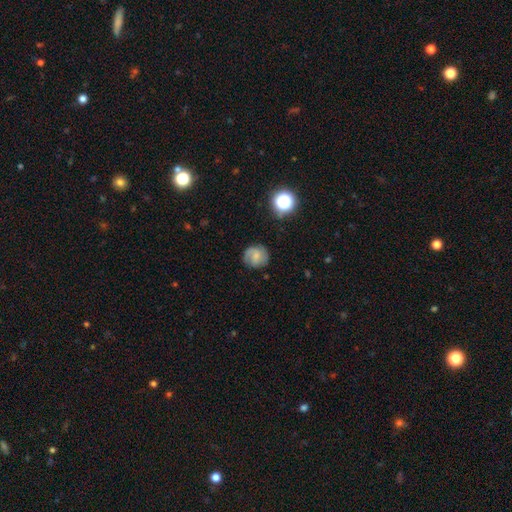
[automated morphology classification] This appears to be a smooth galaxy with no disk features (46%). Merging: none (74%).